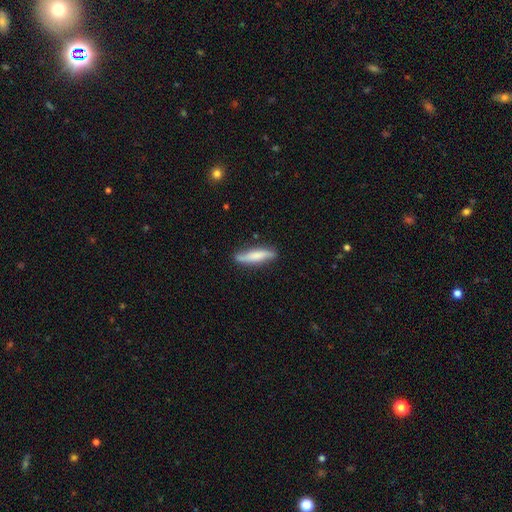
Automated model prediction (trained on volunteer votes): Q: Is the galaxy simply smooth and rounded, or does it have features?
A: smooth — 62%.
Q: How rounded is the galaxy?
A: cigar-shaped — 77%.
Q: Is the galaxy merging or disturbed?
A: none — 79%.